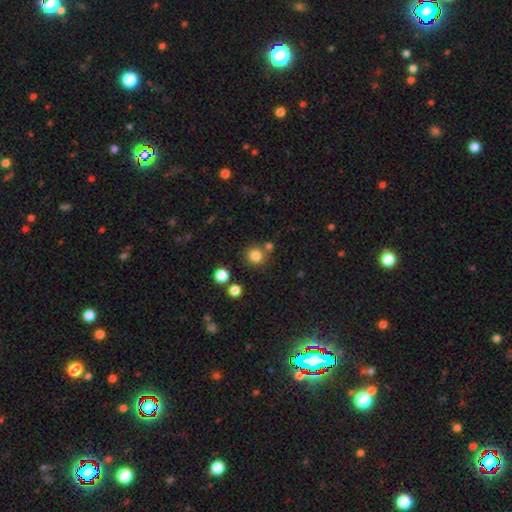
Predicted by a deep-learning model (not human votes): A smooth galaxy with no disk features (81%) that is round (91%). Merging: none (77%).